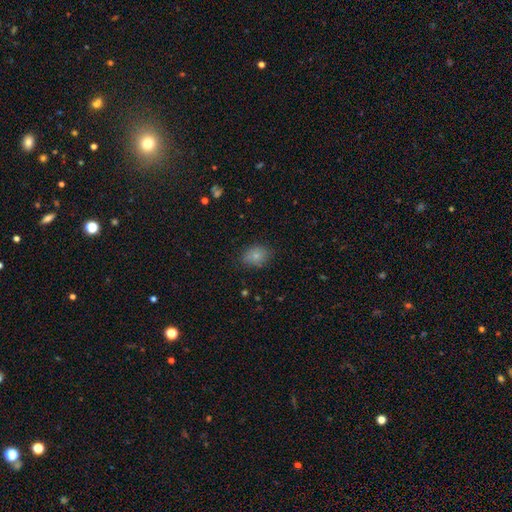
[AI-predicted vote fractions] smooth-or-featured: smooth: 79% | star or artifact: 11% | featured or disk: 10%
  how-rounded: in between: 59% | round: 40% | cigar-shaped: 1%
  merging: none: 78% | minor disturbance: 16% | major disturbance: 4% | merger: 1%